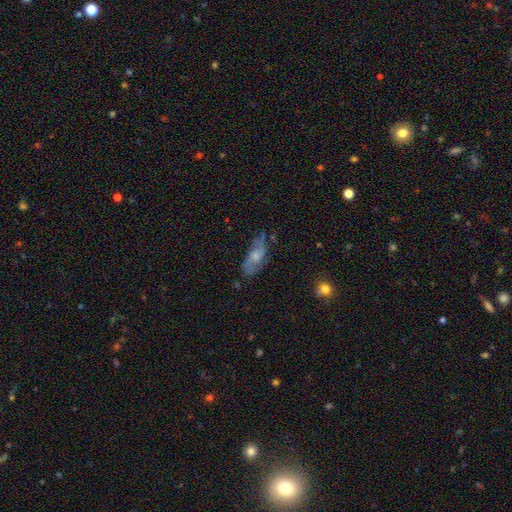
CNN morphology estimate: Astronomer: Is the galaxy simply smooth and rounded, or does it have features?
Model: featured or disk — 52% (runner-up: smooth, 40%).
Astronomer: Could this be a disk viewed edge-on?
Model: no — 87%.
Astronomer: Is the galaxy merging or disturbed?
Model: none — 66%.